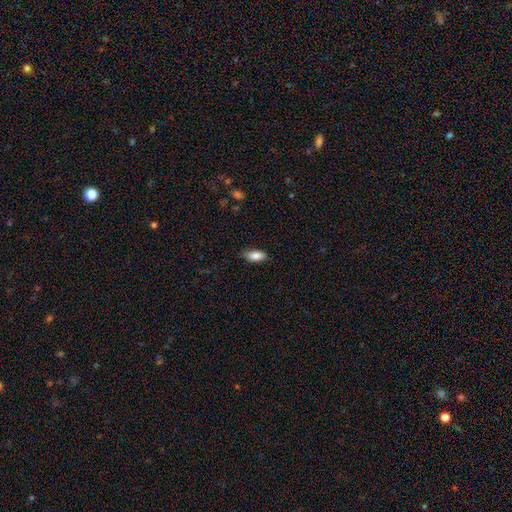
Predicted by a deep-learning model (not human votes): Smooth or featured? Predicted: smooth (p=0.84). How rounded? Predicted: in between (p=0.84). Merging? Predicted: none (p=0.83).